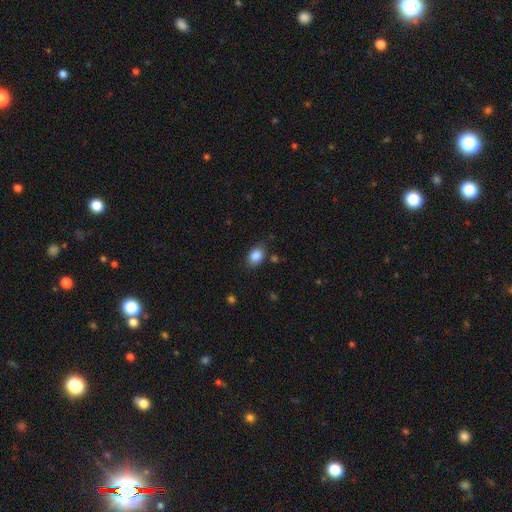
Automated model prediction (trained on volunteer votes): Q: Smooth or featured?
A: smooth (86%); runner-up: star or artifact (8%)
Q: How rounded?
A: in between (78%); runner-up: round (20%)
Q: Merging?
A: none (76%); runner-up: minor disturbance (17%)